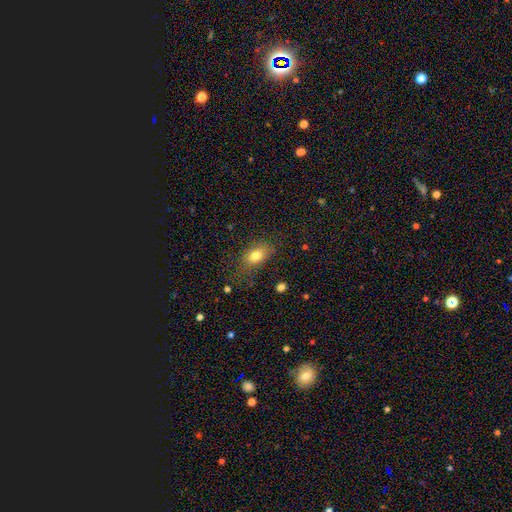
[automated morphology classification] type=smooth (79%); roundness=in between (82%); merging=none (70%).